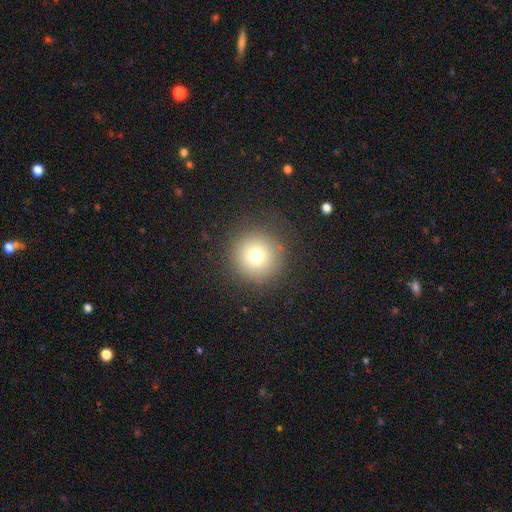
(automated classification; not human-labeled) This appears to be a smooth galaxy with no disk features (72%) that is round (96%). Merging: none (86%).